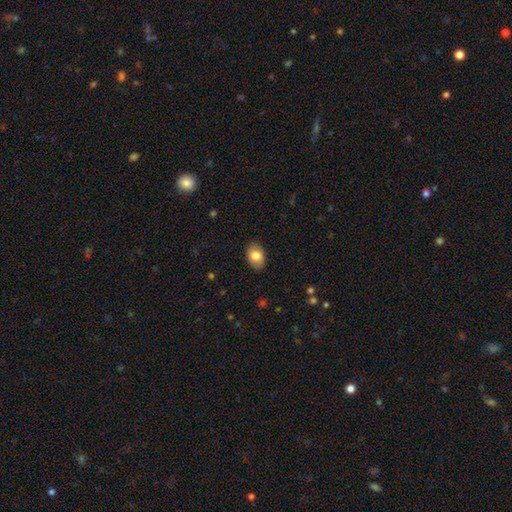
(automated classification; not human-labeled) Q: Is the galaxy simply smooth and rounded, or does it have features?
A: smooth — 81%.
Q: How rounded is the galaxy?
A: in between — 85%.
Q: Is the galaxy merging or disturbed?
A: none — 87%.